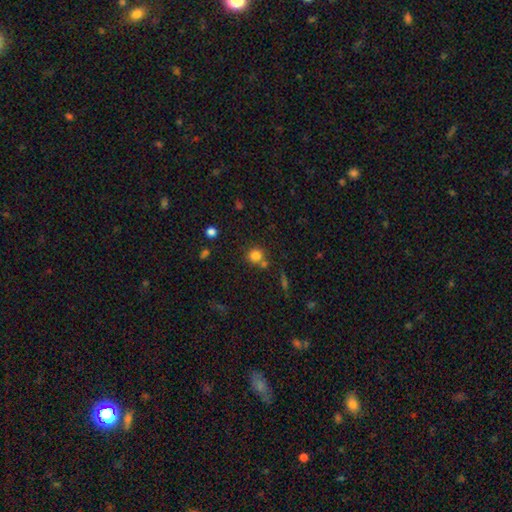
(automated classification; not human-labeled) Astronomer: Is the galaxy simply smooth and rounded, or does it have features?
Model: smooth — 79%.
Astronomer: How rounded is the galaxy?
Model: round — 89%.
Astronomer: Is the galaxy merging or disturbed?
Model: none — 63%.